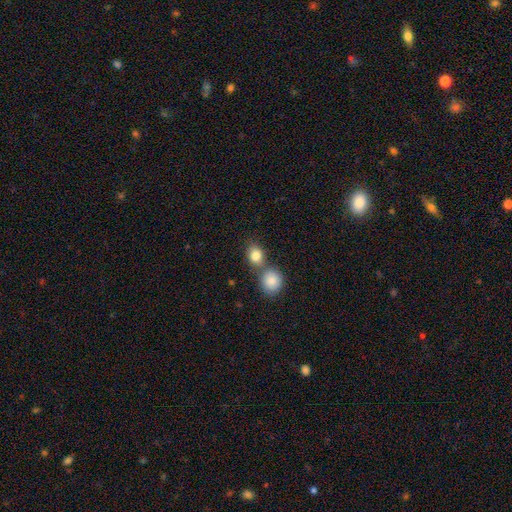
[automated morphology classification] This is clearly a smooth galaxy (83%). How rounded: possibly round (58%). Merging: possibly none (47%).